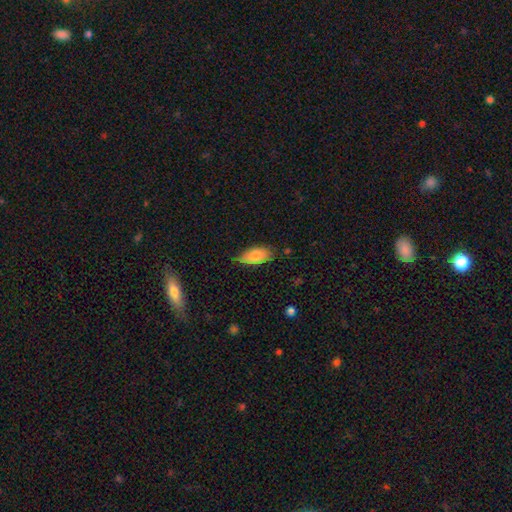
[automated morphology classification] Smooth or featured?
  - smooth: 79% *
  - featured or disk: 14%
  - star or artifact: 7%
How rounded?
  - in between: 92% *
  - cigar-shaped: 5%
  - round: 3%
Merging?
  - none: 60% *
  - minor disturbance: 33%
  - major disturbance: 5%
  - merger: 2%